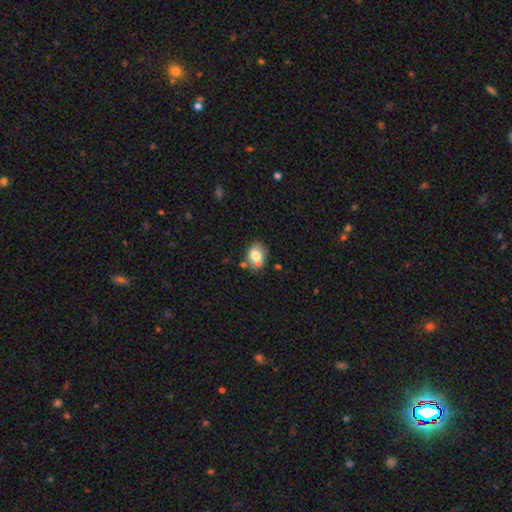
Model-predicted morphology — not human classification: The model was most divided on "how rounded": in between: 59%, round: 40%, cigar-shaped: 1%. More confident: smooth or featured — smooth (73%); merging — none (61%).